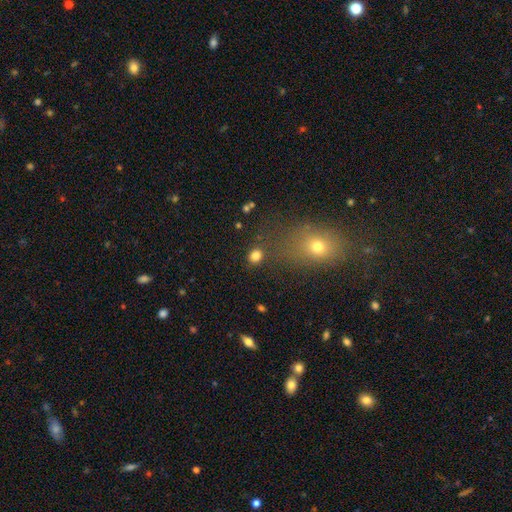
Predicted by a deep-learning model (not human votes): smooth_or_featured: smooth (p=0.80) [alt: star or artifact p=0.14]
how_rounded: round (p=0.68) [alt: in between p=0.31]
merging: none (p=0.79) [alt: minor disturbance p=0.10]